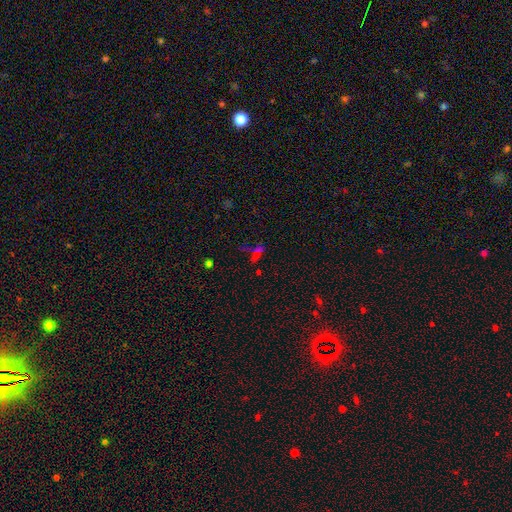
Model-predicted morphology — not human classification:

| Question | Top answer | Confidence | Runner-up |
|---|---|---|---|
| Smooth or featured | star or artifact | 50% | smooth (36%) |